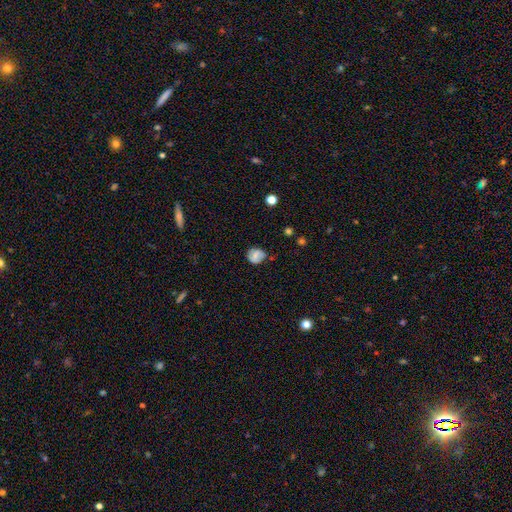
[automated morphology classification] Smooth or featured: smooth — 63% (featured or disk — 27%)
How rounded: round — 77% (in between — 22%)
Merging: none — 69% (minor disturbance — 23%)